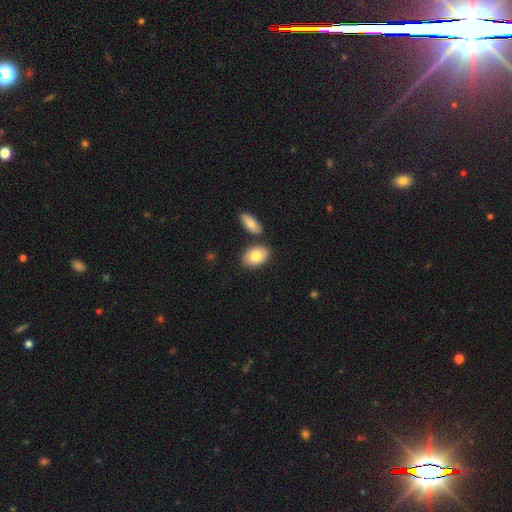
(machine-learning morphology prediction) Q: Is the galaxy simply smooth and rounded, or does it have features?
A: smooth — 82%.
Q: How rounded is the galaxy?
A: in between — 87%.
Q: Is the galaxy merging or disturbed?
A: none — 75%.